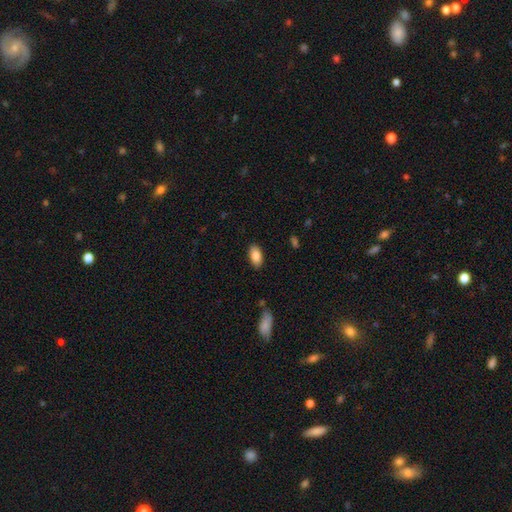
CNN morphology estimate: A smooth galaxy with no disk features (86%) that is in between round and cigar-shaped (93%).

Vote fractions:
- Smooth or featured? smooth: 86% / featured or disk: 7% / star or artifact: 7%
- How rounded? in between: 93% / cigar-shaped: 3% / round: 3%
- Merging? none: 87% / minor disturbance: 9% / major disturbance: 2% / merger: 1%